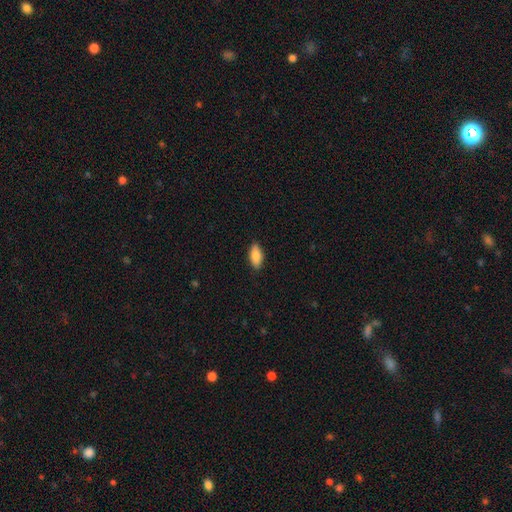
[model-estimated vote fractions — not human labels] Morphology: type=smooth (85%); roundness=in between (84%); merging=none (88%).